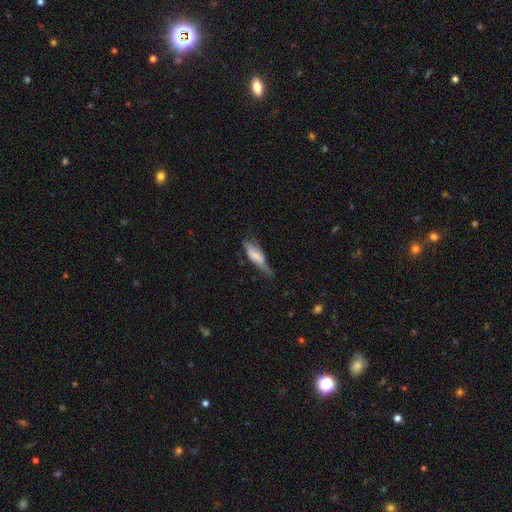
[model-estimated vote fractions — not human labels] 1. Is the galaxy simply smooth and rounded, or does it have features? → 58% smooth, 35% featured or disk, 7% star or artifact.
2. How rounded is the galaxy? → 53% cigar-shaped, 45% in between, 2% round.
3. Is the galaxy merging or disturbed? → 42% none, 38% minor disturbance, 18% major disturbance, 3% merger.